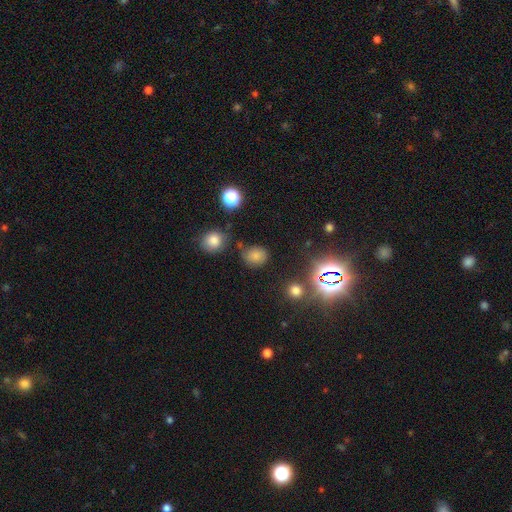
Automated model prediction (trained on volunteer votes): Smooth or featured: smooth — 71% (star or artifact — 20%)
How rounded: round — 64% (in between — 35%)
Merging: none — 71% (minor disturbance — 18%)